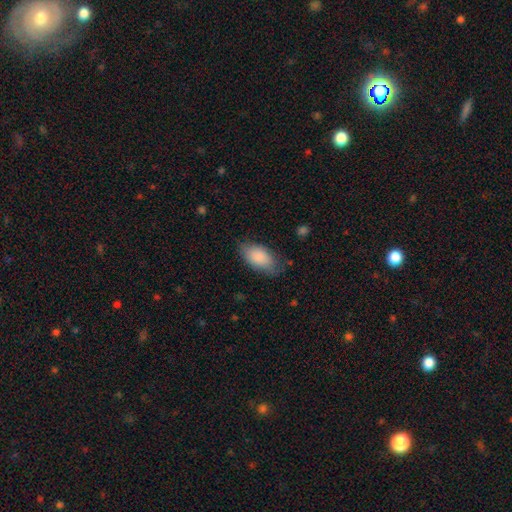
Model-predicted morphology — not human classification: smooth-or-featured: smooth: 84% | featured or disk: 10% | star or artifact: 7%
  how-rounded: in between: 92% | round: 4% | cigar-shaped: 4%
  merging: none: 73% | minor disturbance: 20% | major disturbance: 5% | merger: 1%